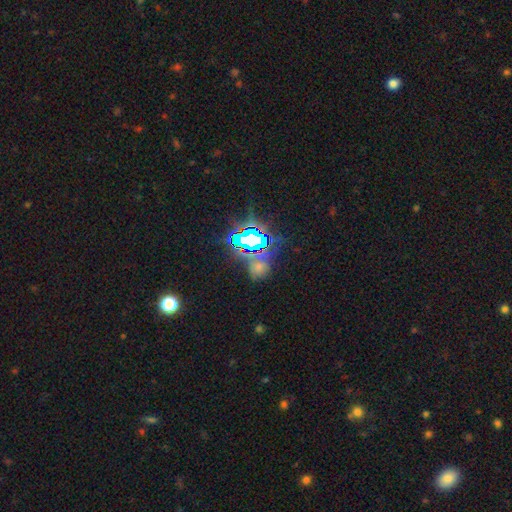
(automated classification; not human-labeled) Smooth or featured? star or artifact (79%)